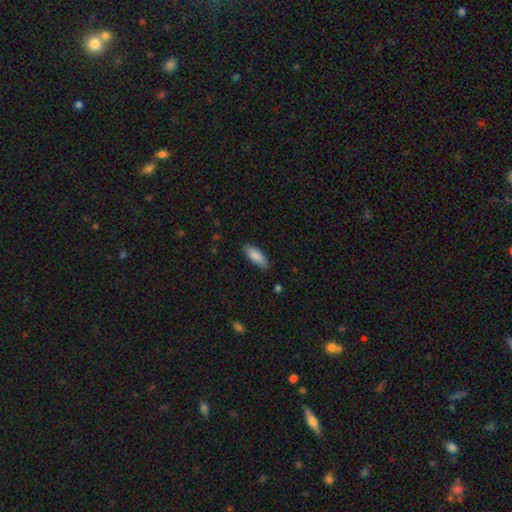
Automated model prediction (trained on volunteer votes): Smooth or featured?
  - smooth: 87% *
  - featured or disk: 7%
  - star or artifact: 6%
How rounded?
  - in between: 71% *
  - cigar-shaped: 28%
  - round: 2%
Merging?
  - none: 87% *
  - minor disturbance: 10%
  - major disturbance: 2%
  - merger: 1%